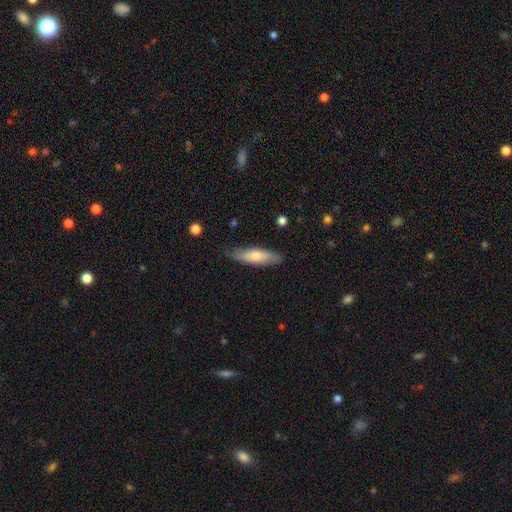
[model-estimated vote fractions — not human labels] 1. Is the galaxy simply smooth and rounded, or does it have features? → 69% smooth, 25% featured or disk, 5% star or artifact.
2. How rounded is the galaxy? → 52% cigar-shaped, 47% in between, 2% round.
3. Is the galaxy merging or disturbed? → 78% none, 17% minor disturbance, 3% major disturbance, 1% merger.